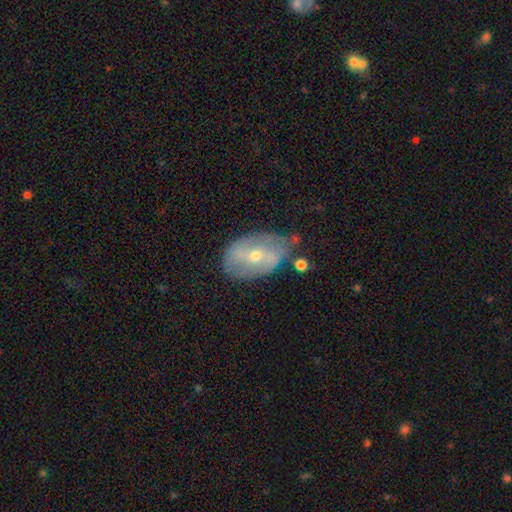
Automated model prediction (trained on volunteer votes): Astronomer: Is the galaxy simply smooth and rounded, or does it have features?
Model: featured or disk — 64%.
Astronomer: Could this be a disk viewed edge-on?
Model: no — 92%.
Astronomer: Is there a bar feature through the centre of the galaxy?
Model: weak — 37% (runner-up: no, 34%).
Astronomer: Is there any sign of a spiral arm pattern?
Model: yes — 58% (runner-up: no, 42%).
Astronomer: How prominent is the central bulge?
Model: moderate — 49% (runner-up: small, 48%).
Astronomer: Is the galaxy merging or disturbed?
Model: none — 53% (runner-up: minor disturbance, 30%).